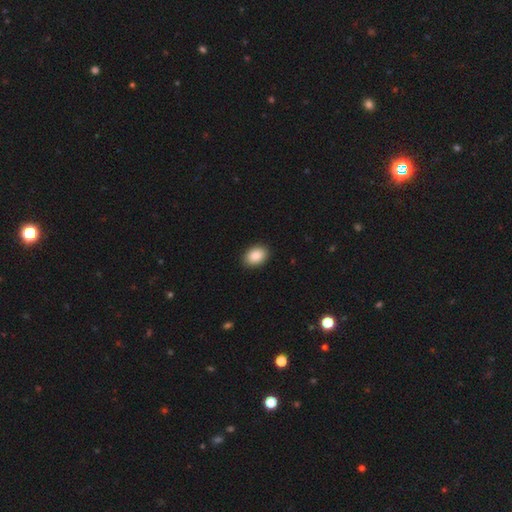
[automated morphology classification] smooth-or-featured: smooth: 89% | star or artifact: 7% | featured or disk: 4%
  how-rounded: in between: 78% | round: 21% | cigar-shaped: 1%
  merging: none: 91% | minor disturbance: 7% | major disturbance: 2% | merger: 1%